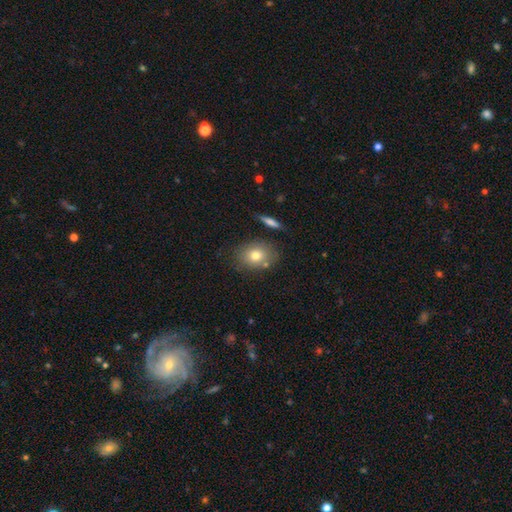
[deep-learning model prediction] This appears to be a smooth galaxy with no disk features (74%) that is in between round and cigar-shaped (61%). Merging: none (75%).